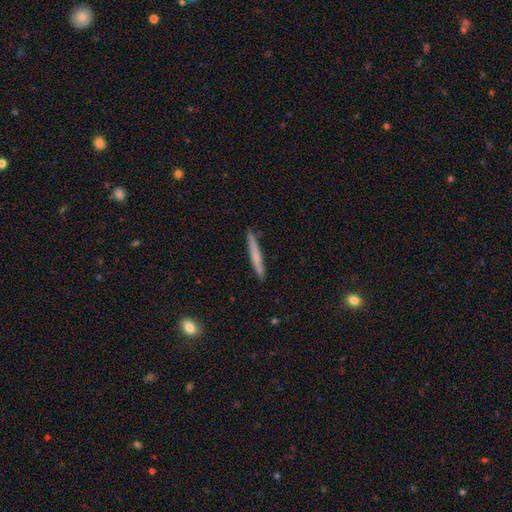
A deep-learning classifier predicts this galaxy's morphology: Overall: smooth (63%; featured or disk 31%). How rounded: cigar-shaped (96%). Merging: none (90%).